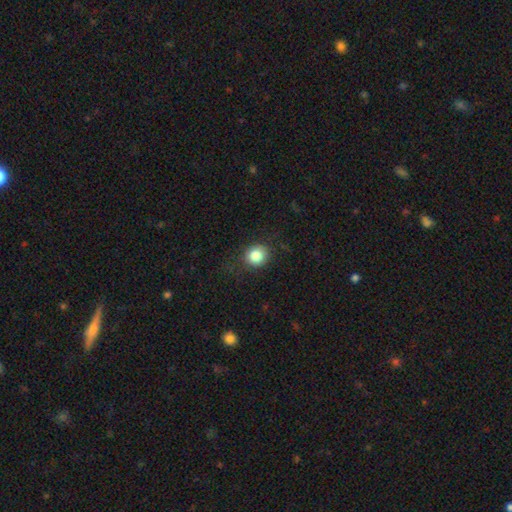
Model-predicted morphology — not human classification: Overall: smooth (83%). How rounded: round (82%). Merging: none (81%).